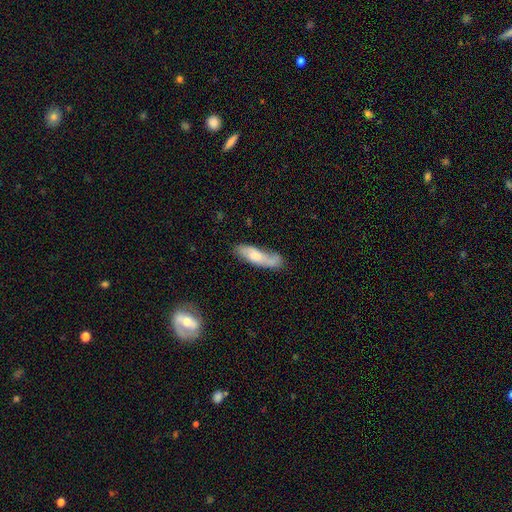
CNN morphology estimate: Smooth or featured? smooth (57%)
How rounded? cigar-shaped (55%)
Merging? none (51%)